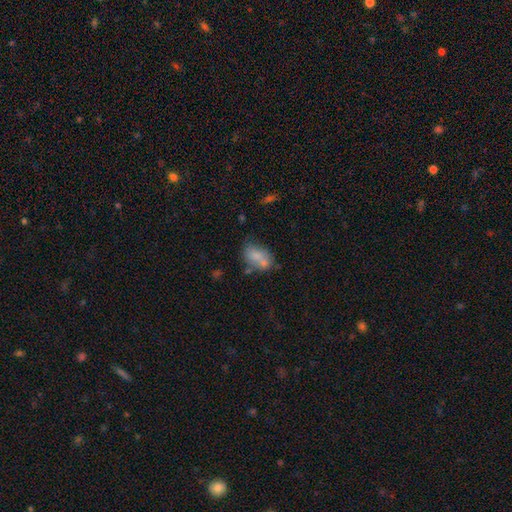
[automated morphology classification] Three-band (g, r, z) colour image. It shows a smooth galaxy with no disk features (73%) that is in between round and cigar-shaped (83%). Merging: none (40%).